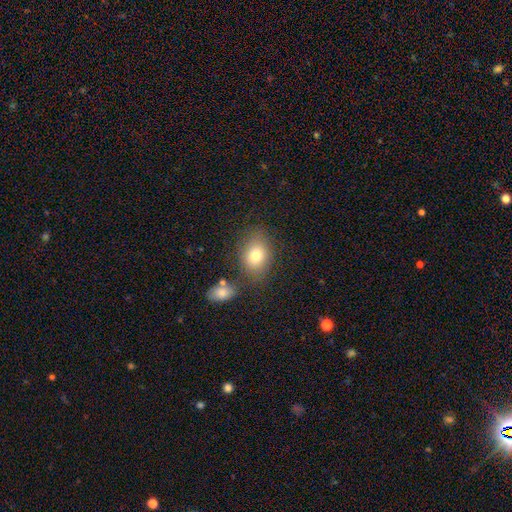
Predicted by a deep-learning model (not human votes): Morphology: type=smooth (79%); roundness=in between (65%); merging=none (73%).